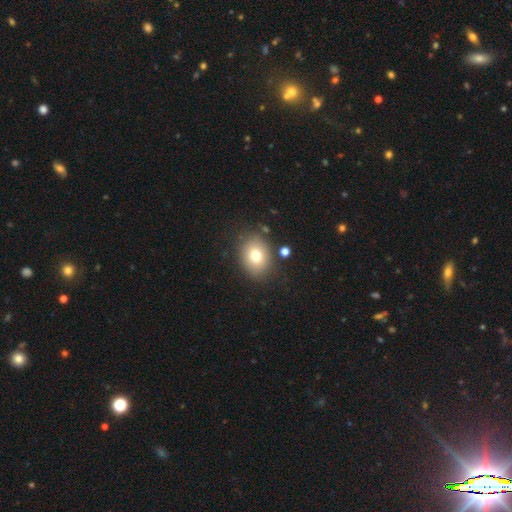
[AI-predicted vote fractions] Overall: smooth (75%). How rounded: in between (58%; round 41%). Merging: none (82%).